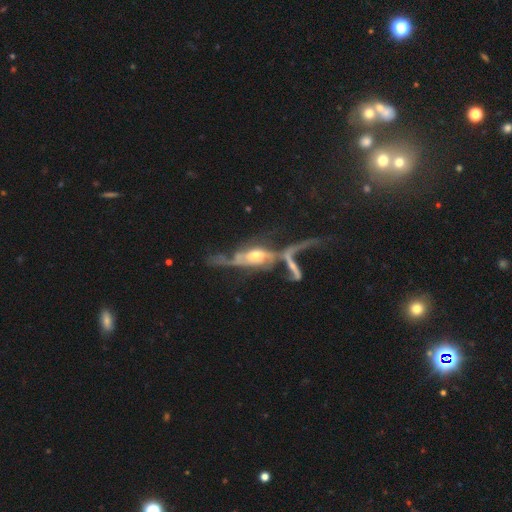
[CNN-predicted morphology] This is clearly a featured or disk galaxy (80%). It is likely not viewed edge-on (75%). Bar: possibly no (56%). Spiral arm pattern: likely yes (74%). Central bulge: possibly moderate (56%). Merging: possibly merger (48%).